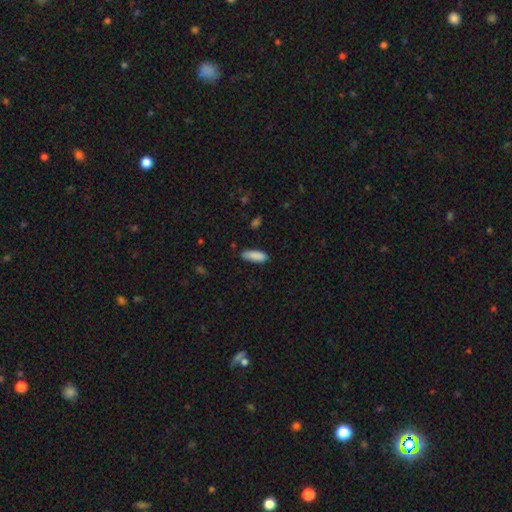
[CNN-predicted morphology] Smooth or featured? Predicted: smooth (p=0.88). How rounded? Predicted: in between (p=0.60). Merging? Predicted: none (p=0.80).